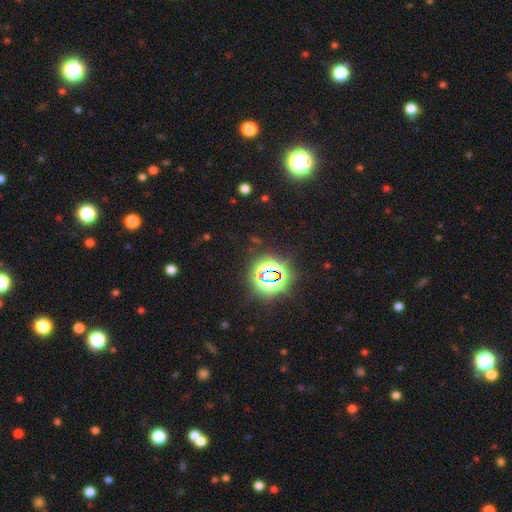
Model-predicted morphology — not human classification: Smooth or featured? star or artifact (77%)